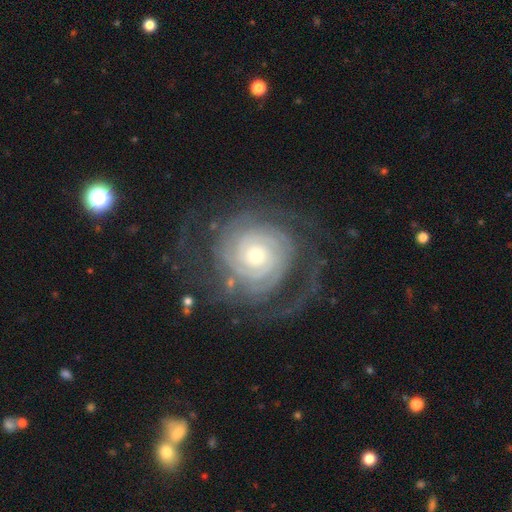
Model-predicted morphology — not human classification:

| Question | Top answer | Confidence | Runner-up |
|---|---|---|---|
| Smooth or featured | featured or disk | 89% | star or artifact (6%) |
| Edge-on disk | no | 98% | yes (2%) |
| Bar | no | 78% | weak (16%) |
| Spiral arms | yes | 97% | no (3%) |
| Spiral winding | tight | 82% | medium (14%) |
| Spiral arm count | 2 | 28% | can't tell (26%) |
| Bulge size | small | 55% | moderate (40%) |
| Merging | none | 71% | major disturbance (14%) |